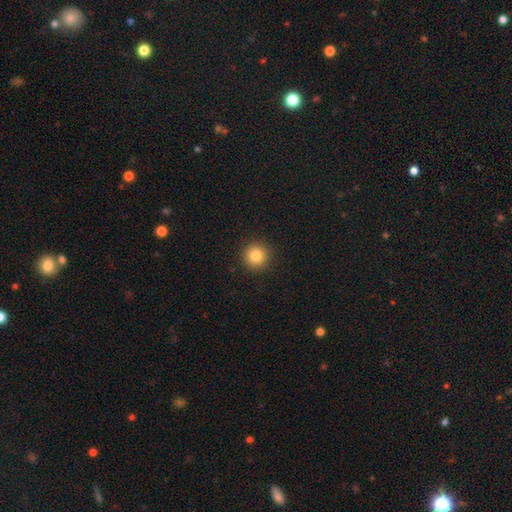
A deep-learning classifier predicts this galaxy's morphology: This appears to be a smooth galaxy with no disk features (83%) that is round (95%). Merging: none (92%).